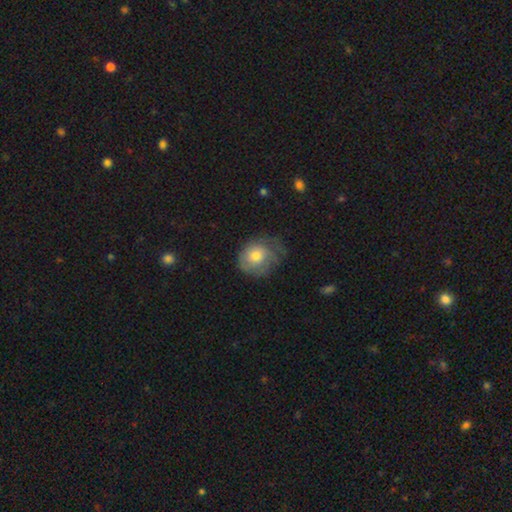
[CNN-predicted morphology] Overall: smooth (58%; featured or disk 35%). How rounded: round (73%). Merging: none (45%; minor disturbance 31%).